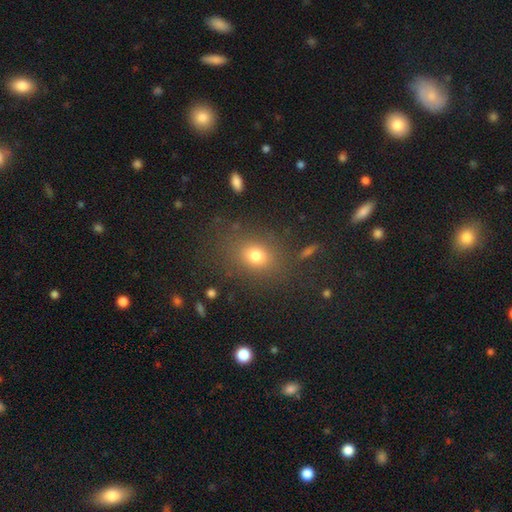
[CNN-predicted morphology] smooth 75%, star or artifact 16%, featured or disk 9%. Down the decision tree: how rounded — round (51%); merging — none (80%).